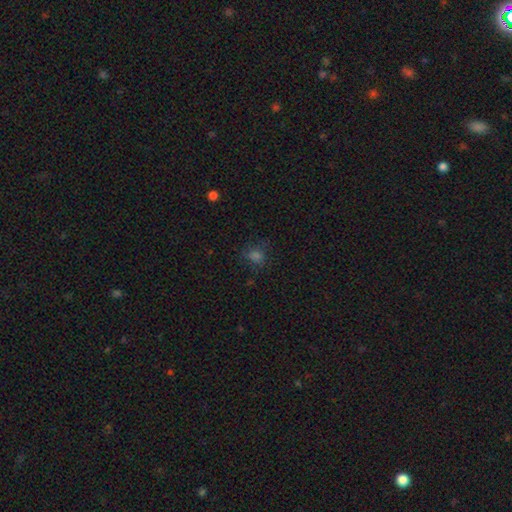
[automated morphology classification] Smooth or featured: smooth — 62% (star or artifact — 29%)
How rounded: round — 63% (in between — 35%)
Merging: none — 71% (minor disturbance — 17%)